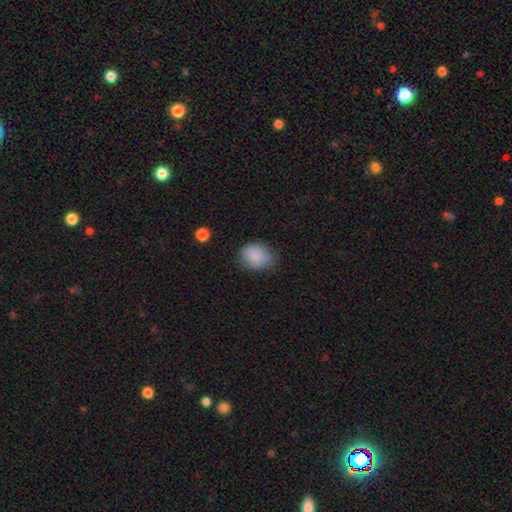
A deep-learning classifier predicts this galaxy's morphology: Smooth or featured?
  - smooth: 85% *
  - star or artifact: 9%
  - featured or disk: 7%
How rounded?
  - round: 52% *
  - in between: 47%
  - cigar-shaped: 1%
Merging?
  - none: 62% *
  - minor disturbance: 30%
  - major disturbance: 7%
  - merger: 2%